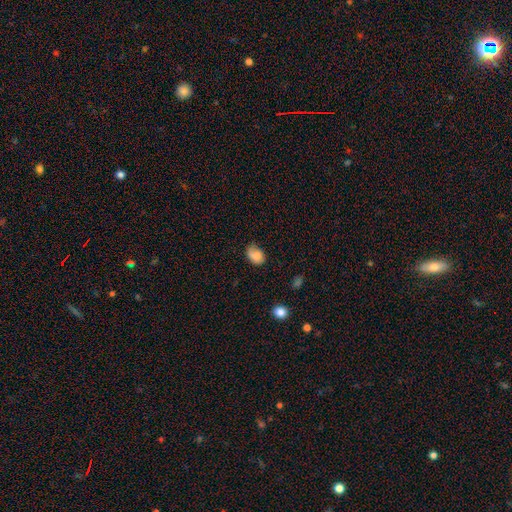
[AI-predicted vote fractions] Q: Smooth or featured?
A: smooth (77%); runner-up: featured or disk (14%)
Q: How rounded?
A: in between (68%); runner-up: round (31%)
Q: Merging?
A: none (54%); runner-up: minor disturbance (32%)